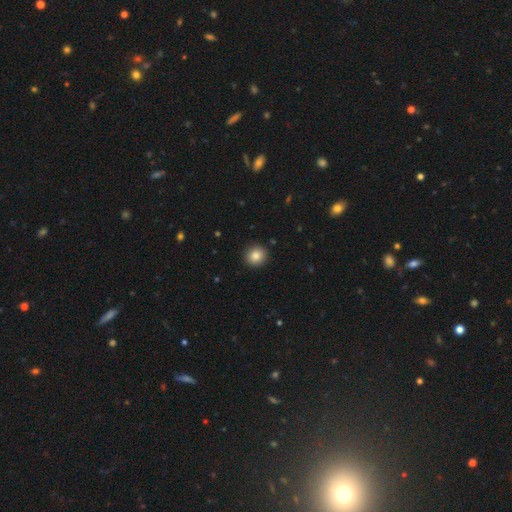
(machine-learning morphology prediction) Smooth or featured? Predicted: smooth (p=0.84). How rounded? Predicted: round (p=0.89). Merging? Predicted: none (p=0.92).